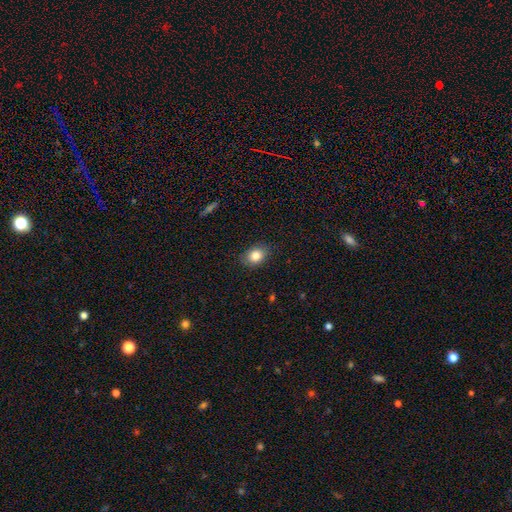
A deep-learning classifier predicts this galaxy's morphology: Smooth or featured?
  - smooth: 83% *
  - star or artifact: 9%
  - featured or disk: 8%
How rounded?
  - in between: 65% *
  - round: 34%
  - cigar-shaped: 1%
Merging?
  - none: 85% *
  - minor disturbance: 12%
  - major disturbance: 3%
  - merger: 1%